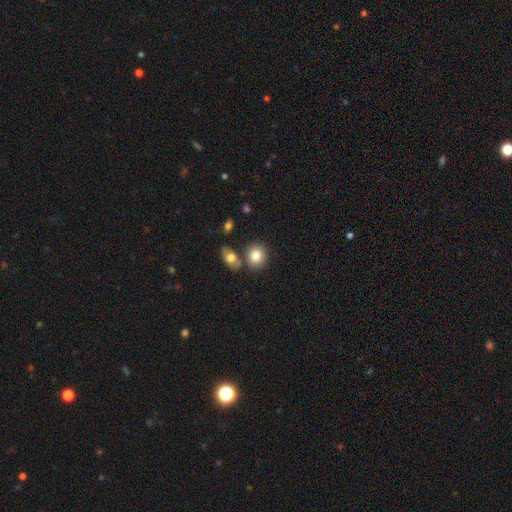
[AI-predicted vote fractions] A smooth galaxy with no disk features (83%) that is round (67%).

Vote fractions:
- Smooth or featured? smooth: 83% / featured or disk: 9% / star or artifact: 8%
- How rounded? round: 67% / in between: 32% / cigar-shaped: 1%
- Merging? none: 68% / merger: 19% / minor disturbance: 10% / major disturbance: 3%